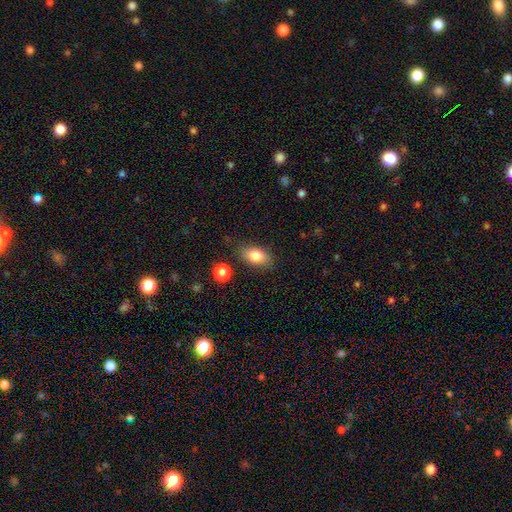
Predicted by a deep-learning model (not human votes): Smooth or featured? Predicted: smooth (p=0.82). How rounded? Predicted: in between (p=0.88). Merging? Predicted: none (p=0.81).